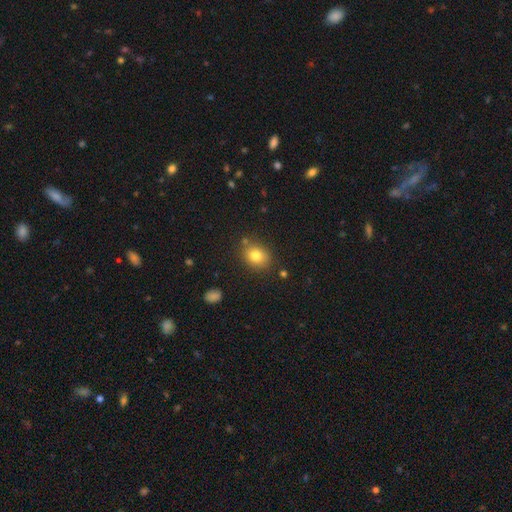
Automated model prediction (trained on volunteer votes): smooth_or_featured: smooth (p=0.79) [alt: star or artifact p=0.11]
how_rounded: round (p=0.55) [alt: in between p=0.44]
merging: none (p=0.80) [alt: minor disturbance p=0.12]